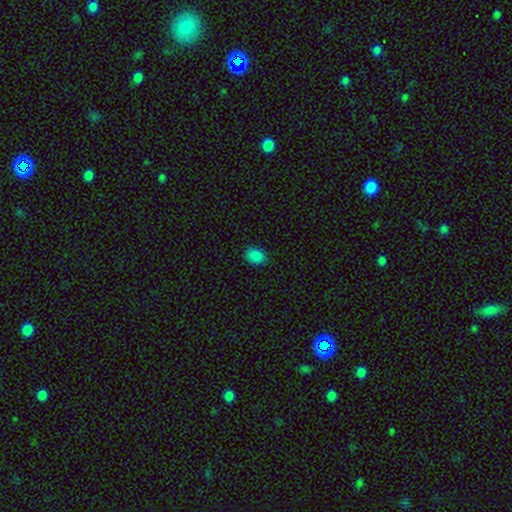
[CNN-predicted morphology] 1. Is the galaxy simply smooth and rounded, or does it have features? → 86% smooth, 11% star or artifact, 3% featured or disk.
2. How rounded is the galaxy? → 67% in between, 32% round, 1% cigar-shaped.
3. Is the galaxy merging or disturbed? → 84% none, 12% minor disturbance, 2% major disturbance, 1% merger.